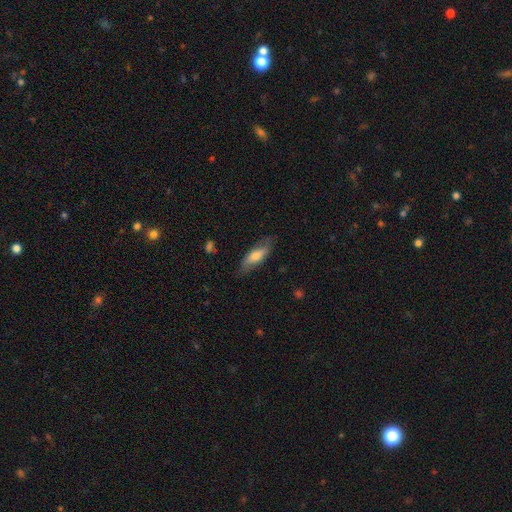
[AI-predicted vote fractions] Smooth or featured: smooth — 59% (featured or disk — 35%)
How rounded: in between — 60% (cigar-shaped — 38%)
Merging: none — 75% (minor disturbance — 19%)